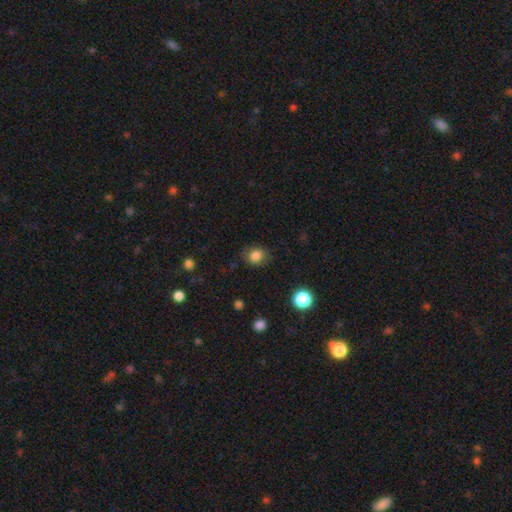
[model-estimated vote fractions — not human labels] Morphology: type=smooth (83%); roundness=round (63%); merging=none (80%).